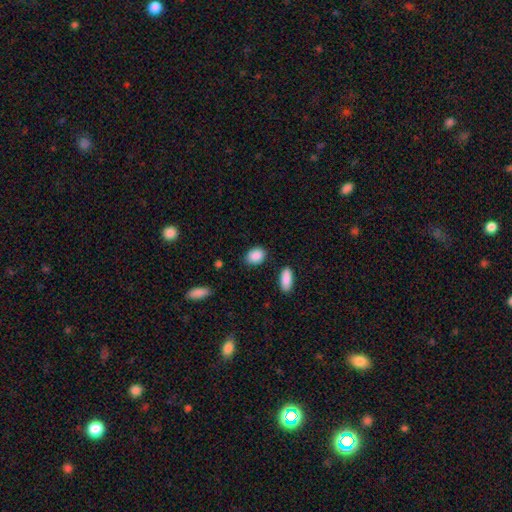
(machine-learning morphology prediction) Smooth or featured: smooth — 90% (star or artifact — 7%)
How rounded: in between — 69% (round — 29%)
Merging: none — 84% (minor disturbance — 11%)